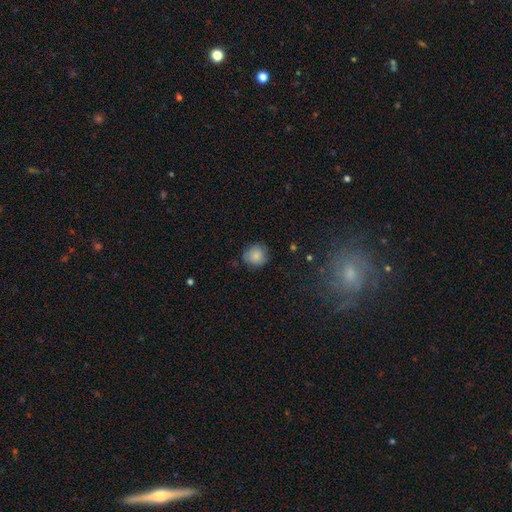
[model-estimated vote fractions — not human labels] smooth_or_featured: smooth (p=0.82) [alt: featured or disk p=0.09]
how_rounded: round (p=0.87) [alt: in between p=0.12]
merging: none (p=0.79) [alt: minor disturbance p=0.16]